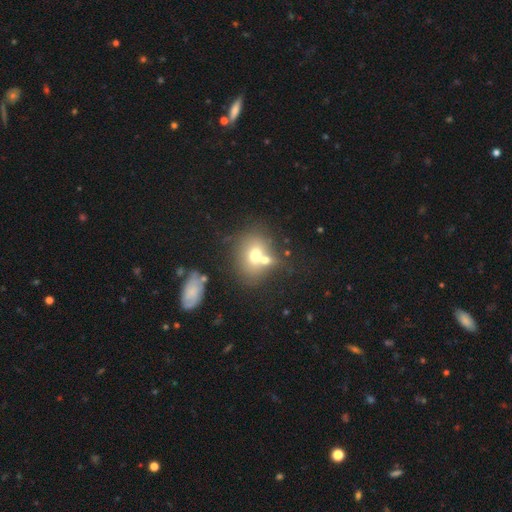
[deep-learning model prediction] The model was most divided on "merging": merger: 44%, none: 40%, minor disturbance: 11%, major disturbance: 5%. More confident: smooth or featured — smooth (66%); how rounded — round (55%).